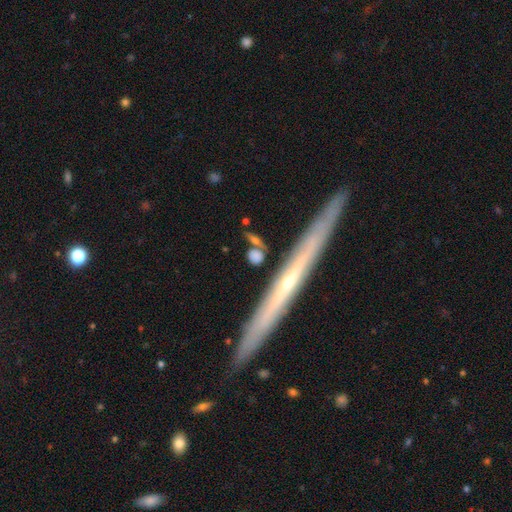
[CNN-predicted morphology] Smooth or featured? Predicted: smooth (p=0.58). How rounded? Predicted: cigar-shaped (p=0.40). Merging? Predicted: none (p=0.76).